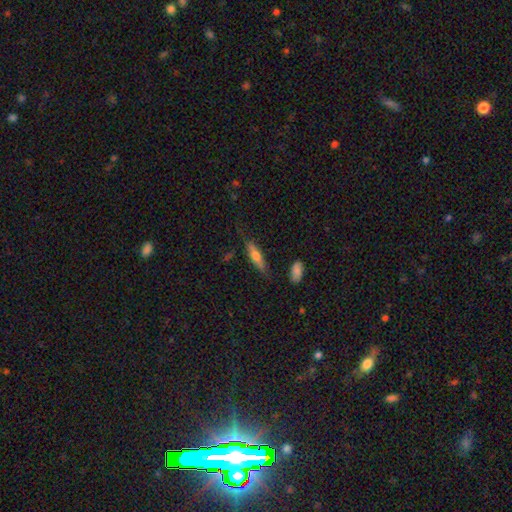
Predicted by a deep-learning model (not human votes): Smooth or featured: smooth — 62% (featured or disk — 31%)
How rounded: cigar-shaped — 64% (in between — 34%)
Merging: none — 69% (minor disturbance — 22%)